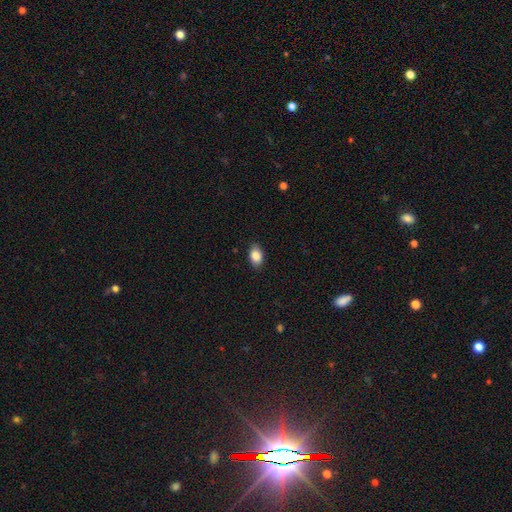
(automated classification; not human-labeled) Q: Smooth or featured?
A: smooth (88%); runner-up: star or artifact (8%)
Q: How rounded?
A: in between (86%); runner-up: round (12%)
Q: Merging?
A: none (86%); runner-up: minor disturbance (10%)